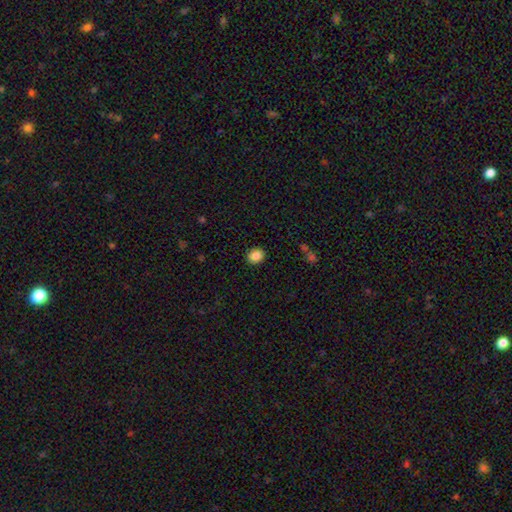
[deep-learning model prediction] Smooth or featured: smooth — 86% (star or artifact — 9%)
How rounded: round — 64% (in between — 35%)
Merging: none — 90% (minor disturbance — 7%)